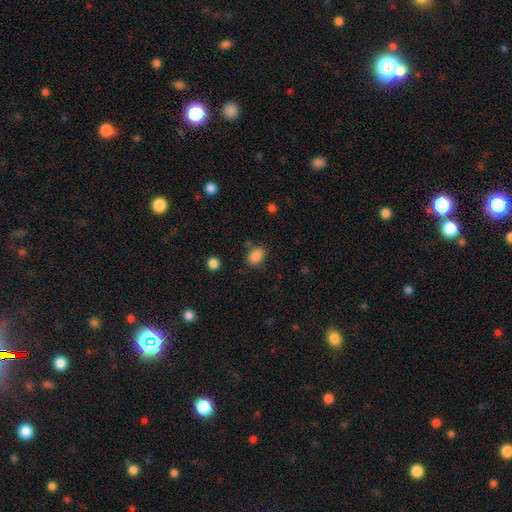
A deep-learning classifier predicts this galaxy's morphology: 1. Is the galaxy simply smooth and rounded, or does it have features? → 86% smooth, 10% star or artifact, 4% featured or disk.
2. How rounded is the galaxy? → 65% in between, 34% round, 1% cigar-shaped.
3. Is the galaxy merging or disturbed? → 76% none, 15% minor disturbance, 5% major disturbance, 4% merger.